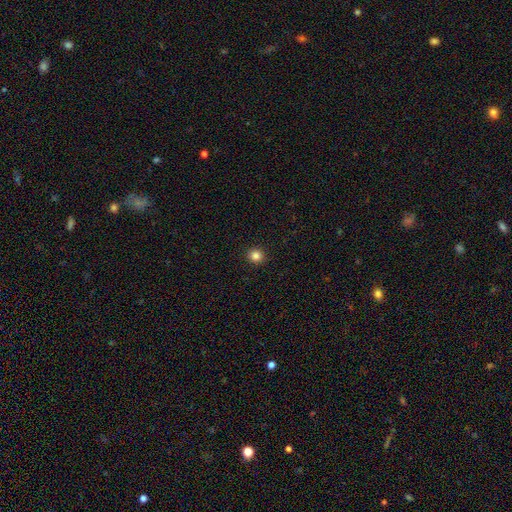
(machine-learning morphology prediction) This is clearly a smooth galaxy (84%). How rounded: clearly round (91%). Merging: clearly none (93%).